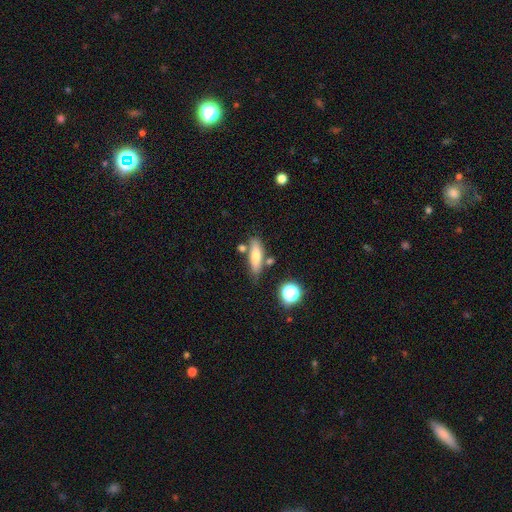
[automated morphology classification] The model was most divided on "how rounded": cigar-shaped: 50%, in between: 46%, round: 4%. More confident: merging — none (69%); smooth or featured — smooth (69%).